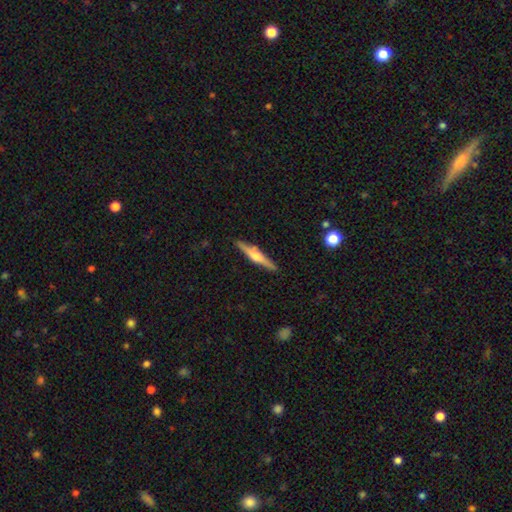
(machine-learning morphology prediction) Smooth or featured? Predicted: featured or disk (p=0.66). Edge-on disk? Predicted: yes (p=0.97). Edge-on bulge? Predicted: rounded (p=0.84). Merging? Predicted: none (p=0.90).